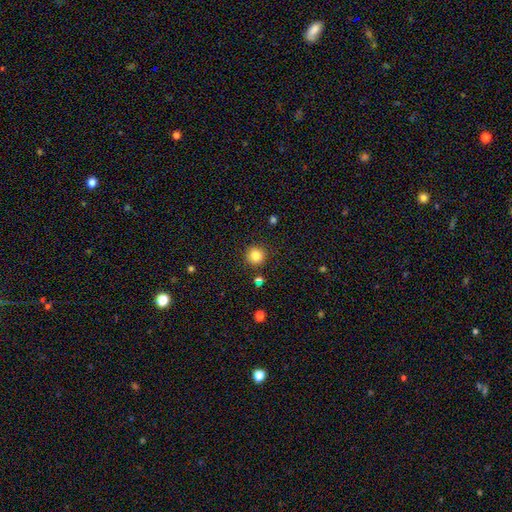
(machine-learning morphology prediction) Overall: smooth (83%). How rounded: round (94%). Merging: none (89%).